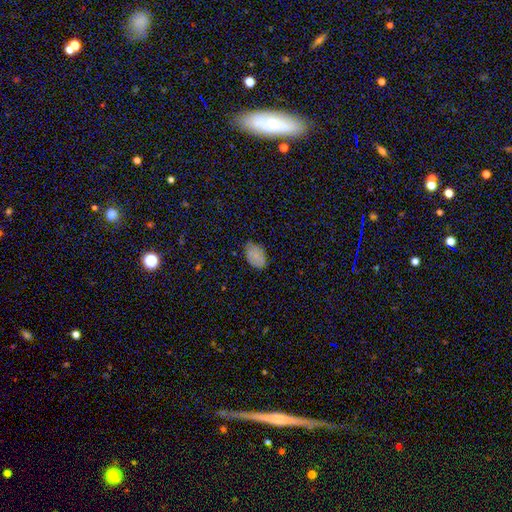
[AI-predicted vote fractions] A smooth galaxy with no disk features (77%) that is in between round and cigar-shaped (89%). Merging: none (73%).